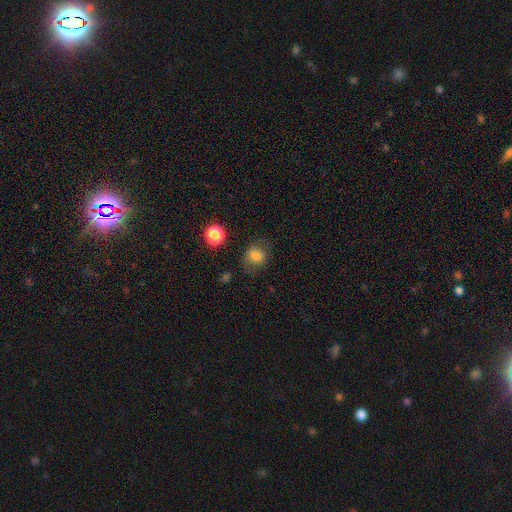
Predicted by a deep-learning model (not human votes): Overall: smooth (77%). How rounded: round (65%; in between 34%). Merging: none (69%).